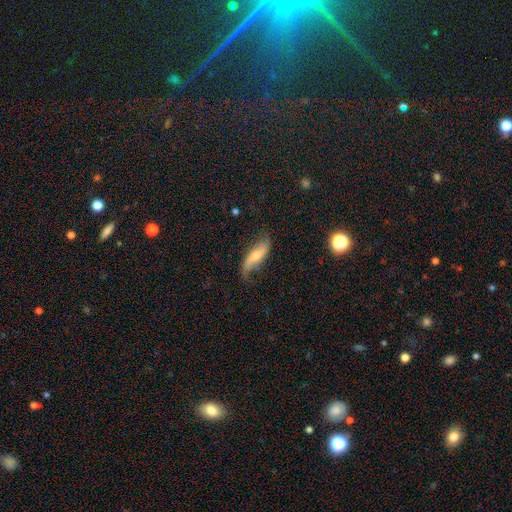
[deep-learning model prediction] featured or disk 70%, smooth 23%, star or artifact 6%. Down the decision tree: edge-on disk — no (80%); bar — no (47%); spiral arms — yes (89%); spiral arm count — 2 (88%); spiral winding — loose (86%); bulge size — moderate (55%); merging — none (63%).